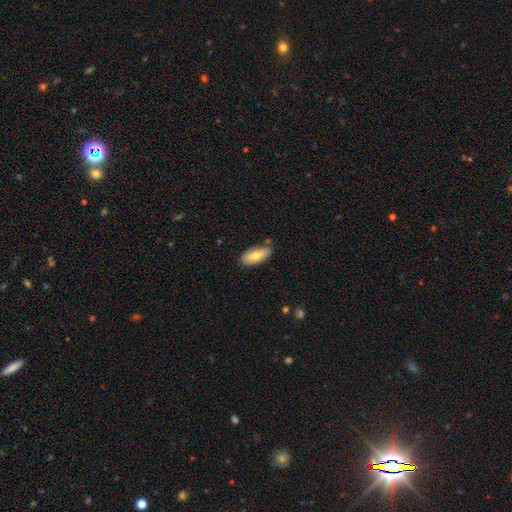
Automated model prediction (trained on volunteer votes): Smooth or featured? Predicted: smooth (p=0.74). How rounded? Predicted: in between (p=0.83). Merging? Predicted: none (p=0.78).